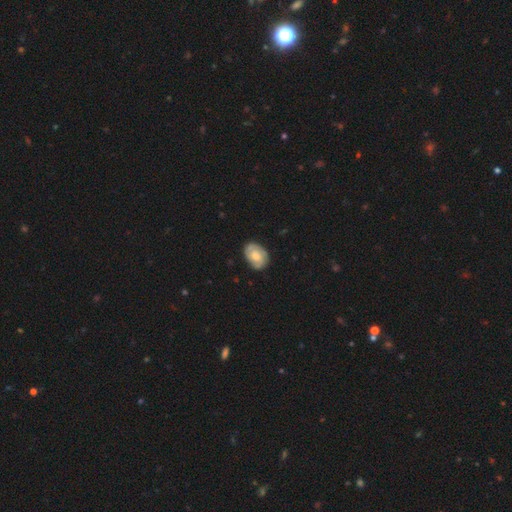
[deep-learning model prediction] A featured or disk galaxy (52%) with no bar (73%), spiral arms (81%) and a moderate central bulge (59%).

Vote fractions:
- Smooth or featured? featured or disk: 52% / smooth: 42% / star or artifact: 6%
- Edge-on disk? no: 96% / yes: 4%
- Bar? no: 73% / weak: 23% / strong: 3%
- Spiral arms? yes: 81% / no: 19%
- Bulge size? moderate: 59% / small: 27% / large: 9% / none: 4% / dominant: 1%
- Merging? none: 78% / minor disturbance: 18% / major disturbance: 4% / merger: 1%